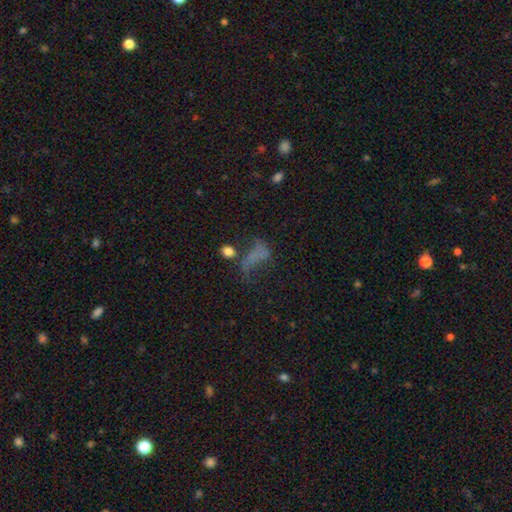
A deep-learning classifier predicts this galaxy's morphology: This appears to be a smooth galaxy with no disk features (41%). Merging: major disturbance (39%).